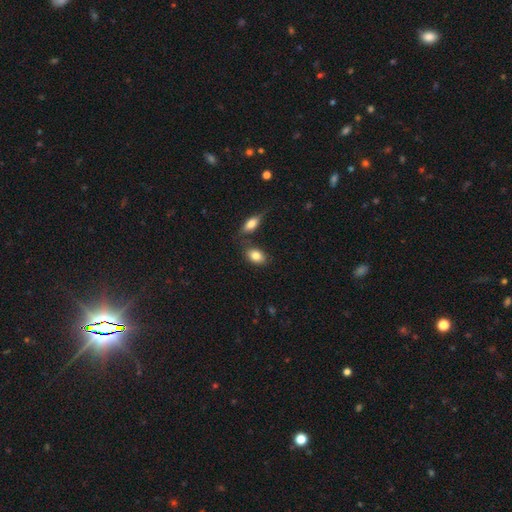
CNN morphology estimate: A smooth galaxy with no disk features (83%) that is in between round and cigar-shaped (87%).

Vote fractions:
- Smooth or featured? smooth: 83% / featured or disk: 10% / star or artifact: 7%
- How rounded? in between: 87% / round: 10% / cigar-shaped: 2%
- Merging? none: 68% / merger: 14% / minor disturbance: 14% / major disturbance: 4%